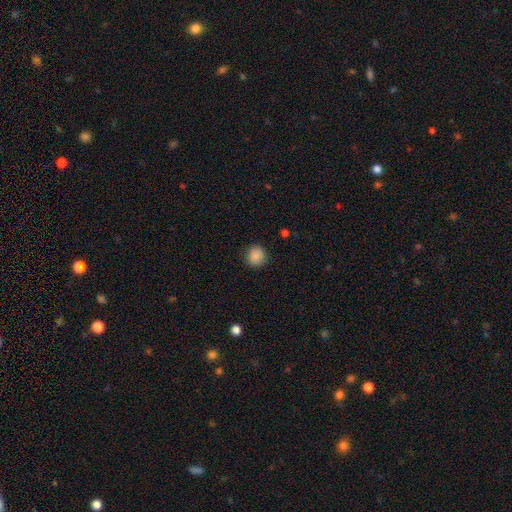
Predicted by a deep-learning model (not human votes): A smooth galaxy with no disk features (88%) that is round (90%).

Vote fractions:
- Smooth or featured? smooth: 88% / star or artifact: 9% / featured or disk: 3%
- How rounded? round: 90% / in between: 9% / cigar-shaped: 1%
- Merging? none: 89% / minor disturbance: 8% / major disturbance: 2% / merger: 1%